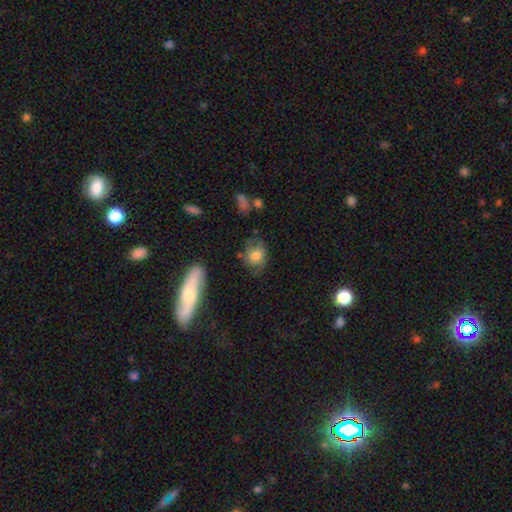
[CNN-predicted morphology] This appears to be a smooth galaxy with no disk features (68%) that is round (55%). Merging: none (57%).